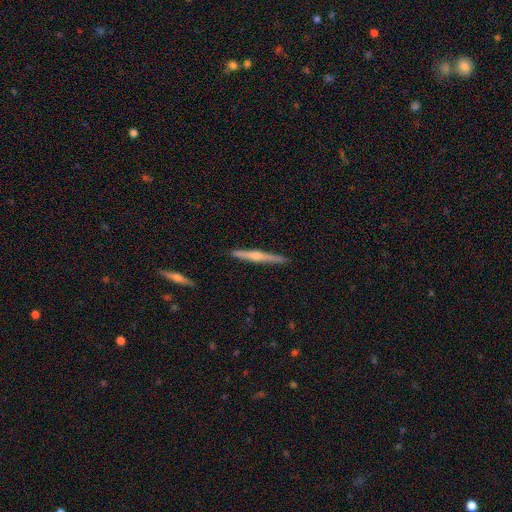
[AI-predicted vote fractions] Smooth or featured? Predicted: featured or disk (p=0.64). Edge-on disk? Predicted: yes (p=0.98). Edge-on bulge? Predicted: rounded (p=0.72). Merging? Predicted: none (p=0.91).